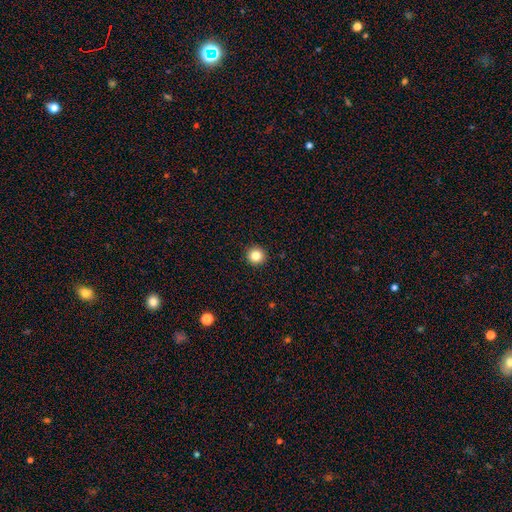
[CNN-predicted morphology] This is clearly a smooth galaxy (83%). How rounded: clearly round (96%). Merging: clearly none (94%).